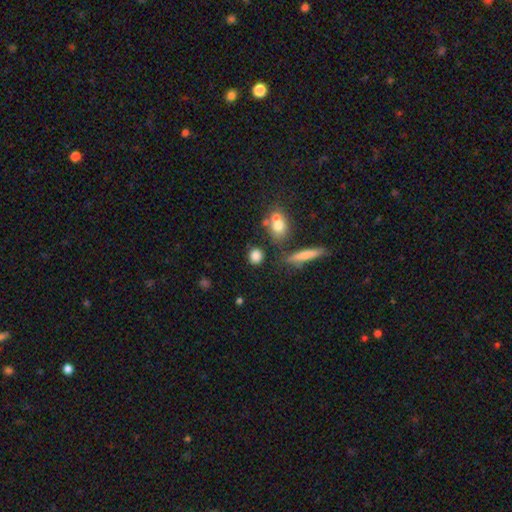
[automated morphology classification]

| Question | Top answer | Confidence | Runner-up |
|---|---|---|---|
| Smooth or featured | smooth | 82% | star or artifact (11%) |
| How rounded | round | 75% | in between (20%) |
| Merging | none | 76% | minor disturbance (11%) |